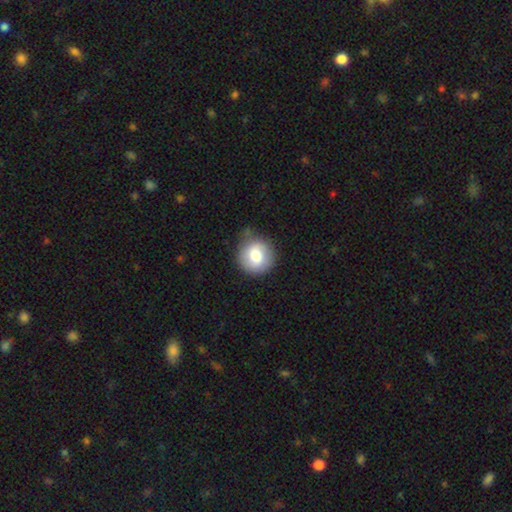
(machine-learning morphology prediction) A smooth galaxy with no disk features (76%) that is round (91%). Merging: none (73%).